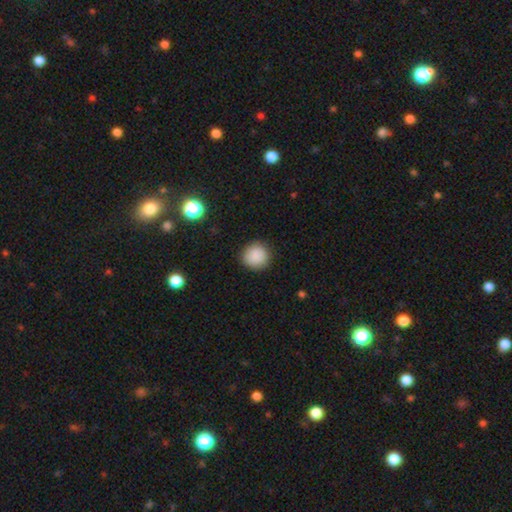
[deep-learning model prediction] The model was most divided on "smooth or featured": smooth: 88%, star or artifact: 9%, featured or disk: 3%. More confident: how rounded — round (93%); merging — none (89%).